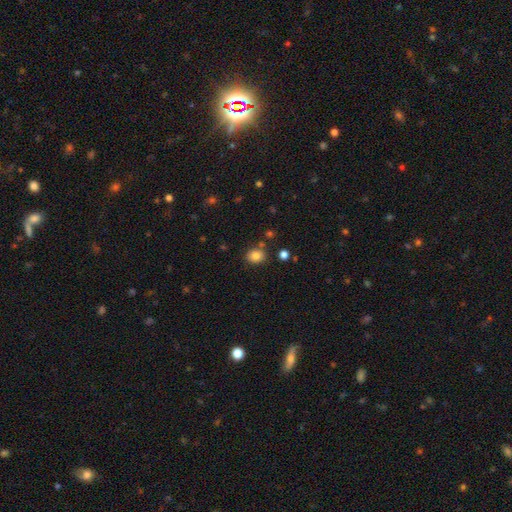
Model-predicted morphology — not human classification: Q: Smooth or featured?
A: smooth (82%); runner-up: star or artifact (12%)
Q: How rounded?
A: round (64%); runner-up: in between (35%)
Q: Merging?
A: none (81%); runner-up: minor disturbance (10%)